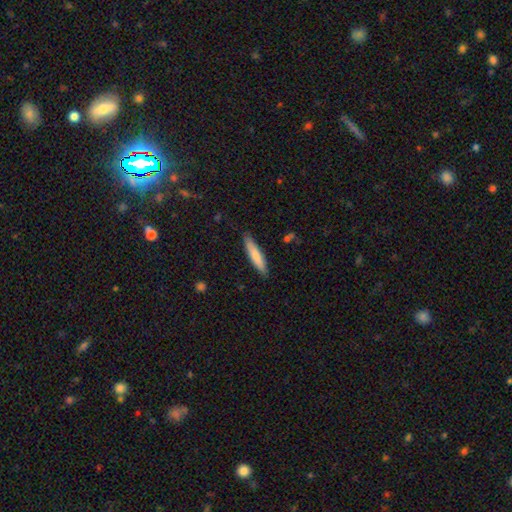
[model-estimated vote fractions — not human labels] A smooth galaxy with no disk features (78%) that is cigar-shaped (85%).

Vote fractions:
- Smooth or featured? smooth: 78% / featured or disk: 17% / star or artifact: 5%
- How rounded? cigar-shaped: 85% / in between: 13% / round: 1%
- Merging? none: 88% / minor disturbance: 9% / major disturbance: 2% / merger: 1%